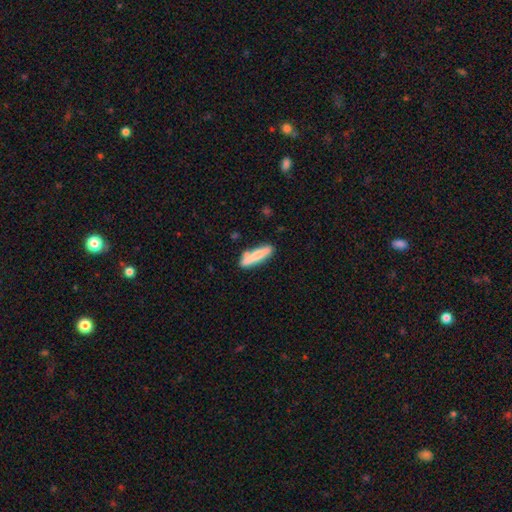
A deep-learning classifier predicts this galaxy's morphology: Q: Smooth or featured?
A: smooth (68%); runner-up: featured or disk (26%)
Q: How rounded?
A: cigar-shaped (80%); runner-up: in between (18%)
Q: Merging?
A: none (73%); runner-up: minor disturbance (15%)